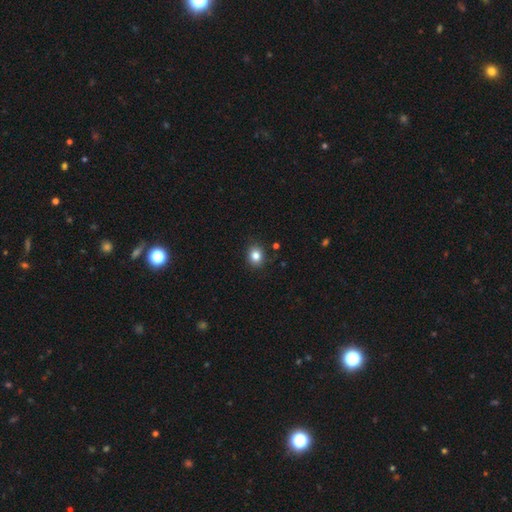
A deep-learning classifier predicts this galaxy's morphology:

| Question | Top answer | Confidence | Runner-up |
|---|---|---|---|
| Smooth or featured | smooth | 84% | star or artifact (11%) |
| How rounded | round | 66% | in between (34%) |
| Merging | none | 88% | minor disturbance (8%) |